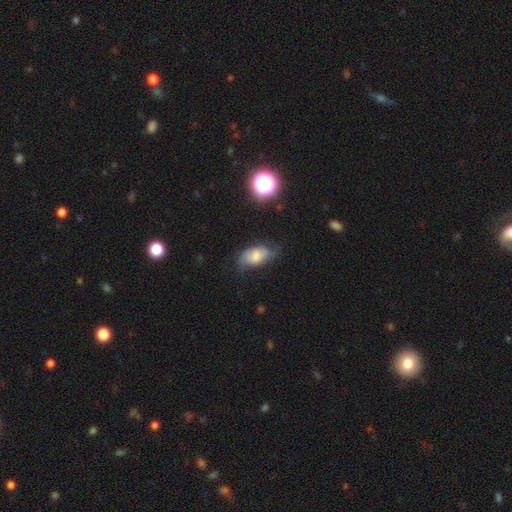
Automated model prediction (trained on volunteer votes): Overall: smooth (60%; featured or disk 30%). How rounded: in between (91%). Merging: none (50%; minor disturbance 34%).